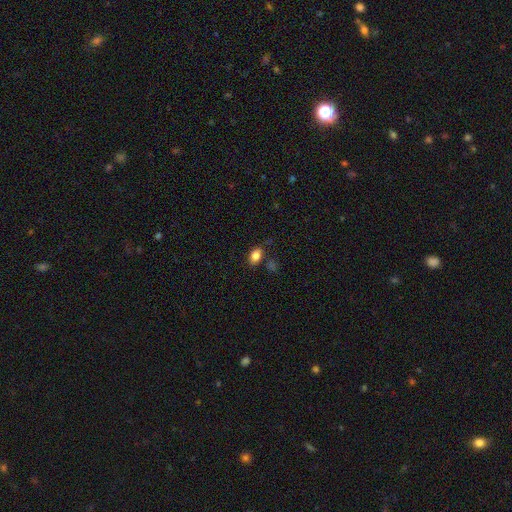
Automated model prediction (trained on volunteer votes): smooth_or_featured: smooth (p=0.84) [alt: star or artifact p=0.10]
how_rounded: in between (p=0.83) [alt: round p=0.15]
merging: none (p=0.77) [alt: minor disturbance p=0.15]